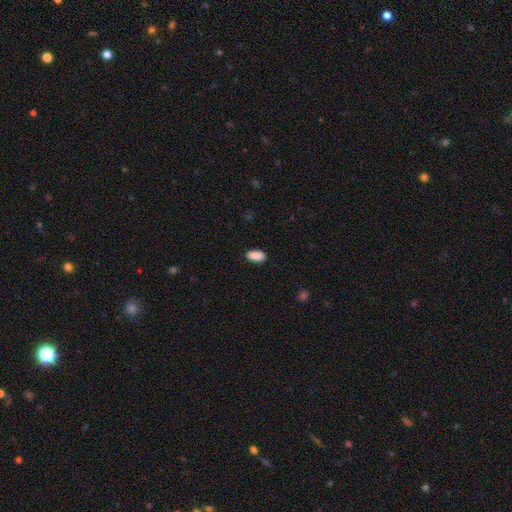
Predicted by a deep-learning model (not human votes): A smooth galaxy with no disk features (90%) that is in between round and cigar-shaped (92%).

Vote fractions:
- Smooth or featured? smooth: 90% / star or artifact: 7% / featured or disk: 3%
- How rounded? in between: 92% / cigar-shaped: 5% / round: 3%
- Merging? none: 88% / minor disturbance: 9% / major disturbance: 2% / merger: 1%